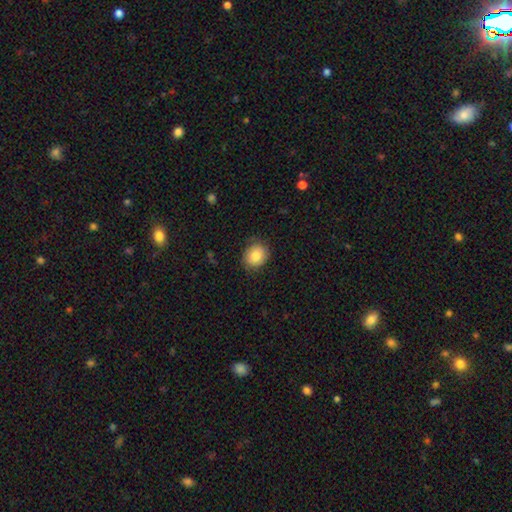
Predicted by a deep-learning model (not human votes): This appears to be a smooth galaxy with no disk features (83%) that is round (72%). Merging: none (81%).